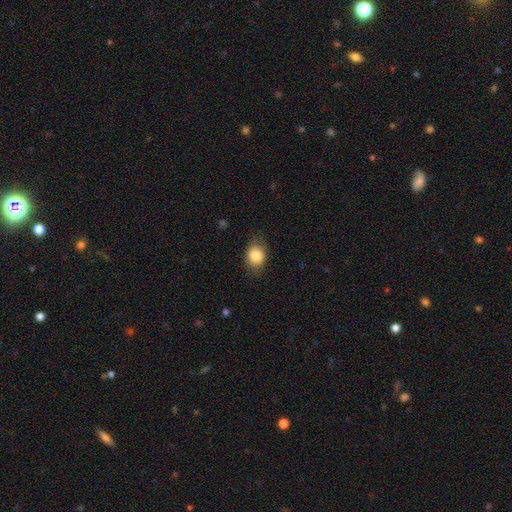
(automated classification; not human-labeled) smooth-or-featured: smooth: 83% | featured or disk: 9% | star or artifact: 8%
  how-rounded: in between: 65% | round: 34% | cigar-shaped: 1%
  merging: none: 77% | minor disturbance: 18% | major disturbance: 4% | merger: 1%